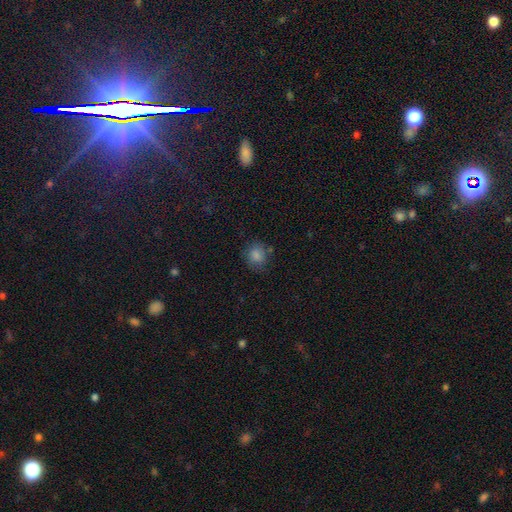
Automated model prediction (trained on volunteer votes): A smooth galaxy with no disk features (79%) that is round (84%).

Vote fractions:
- Smooth or featured? smooth: 79% / star or artifact: 15% / featured or disk: 6%
- How rounded? round: 84% / in between: 15% / cigar-shaped: 1%
- Merging? none: 79% / minor disturbance: 14% / major disturbance: 4% / merger: 3%